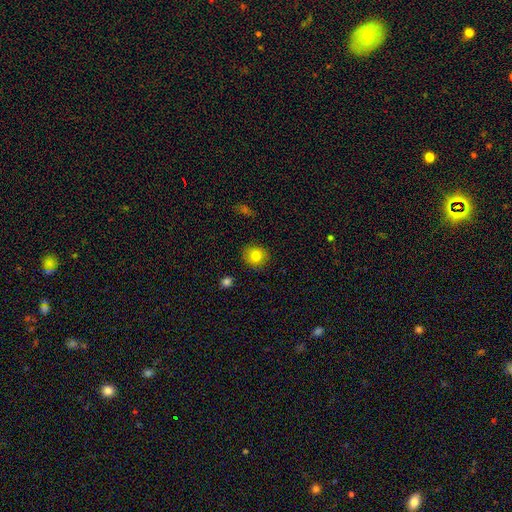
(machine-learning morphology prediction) Smooth or featured?
  - smooth: 81% *
  - star or artifact: 10%
  - featured or disk: 9%
How rounded?
  - round: 83% *
  - in between: 16%
  - cigar-shaped: 1%
Merging?
  - none: 89% *
  - minor disturbance: 8%
  - major disturbance: 2%
  - merger: 1%